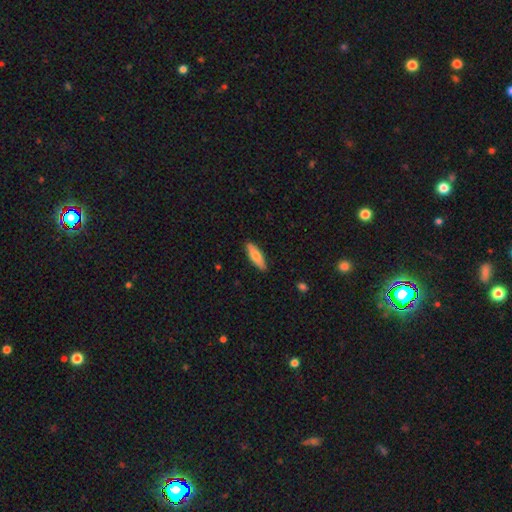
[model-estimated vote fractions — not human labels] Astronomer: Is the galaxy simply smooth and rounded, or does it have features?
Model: smooth — 74%.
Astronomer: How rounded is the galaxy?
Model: cigar-shaped — 50% (runner-up: in between, 48%).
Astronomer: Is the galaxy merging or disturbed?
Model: none — 88%.